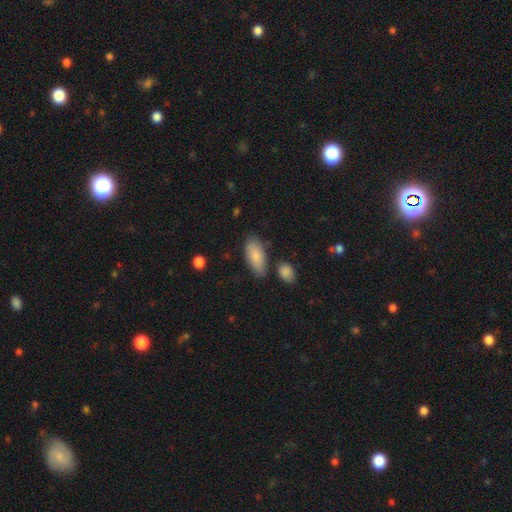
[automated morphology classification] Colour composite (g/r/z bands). It shows a smooth galaxy with no disk features (84%) that is in between round and cigar-shaped (88%). Merging: none (73%).